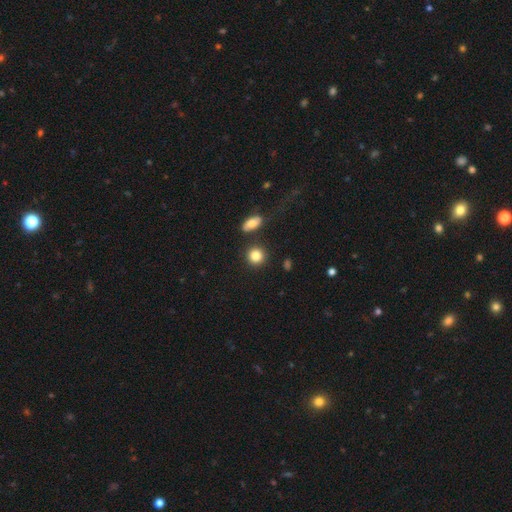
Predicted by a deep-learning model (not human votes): smooth-or-featured: smooth: 84% | star or artifact: 9% | featured or disk: 7%
  how-rounded: round: 87% | in between: 11% | cigar-shaped: 1%
  merging: none: 83% | minor disturbance: 8% | merger: 6% | major disturbance: 3%